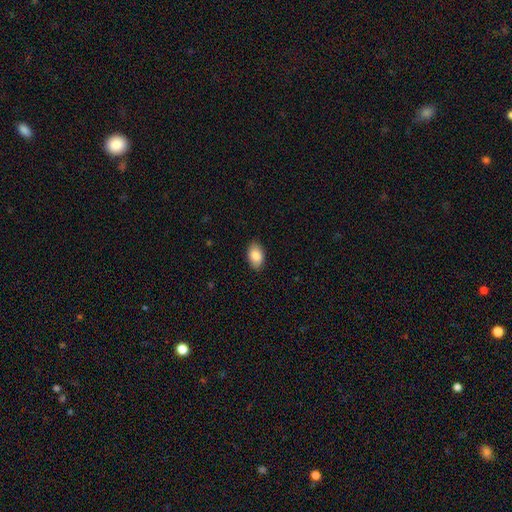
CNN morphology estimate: smooth_or_featured: smooth (p=0.88) [alt: star or artifact p=0.07]
how_rounded: in between (p=0.92) [alt: round p=0.07]
merging: none (p=0.87) [alt: minor disturbance p=0.10]